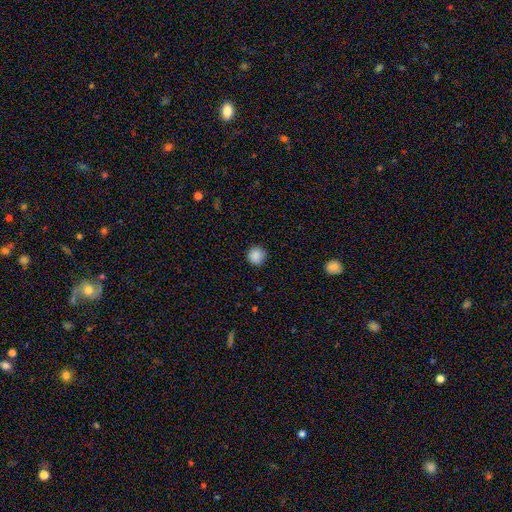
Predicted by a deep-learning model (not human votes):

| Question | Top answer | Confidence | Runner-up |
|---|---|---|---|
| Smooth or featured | smooth | 88% | star or artifact (9%) |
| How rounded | round | 95% | in between (4%) |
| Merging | none | 91% | minor disturbance (7%) |